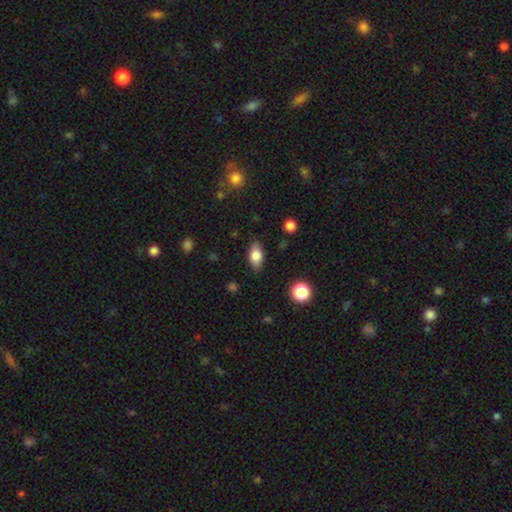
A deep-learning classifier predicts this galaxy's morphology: The model was most divided on "smooth or featured": smooth: 80%, featured or disk: 12%, star or artifact: 8%. More confident: how rounded — in between (87%); merging — none (84%).